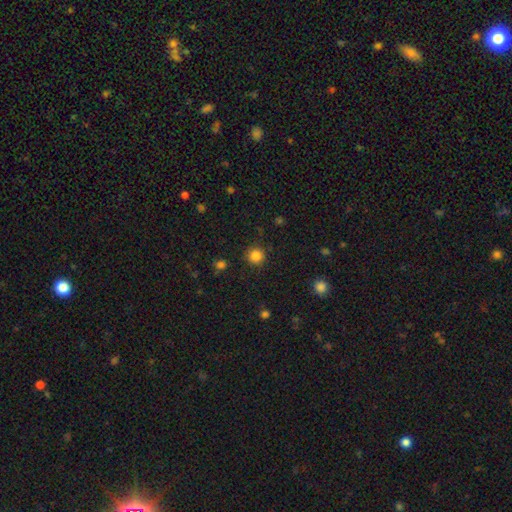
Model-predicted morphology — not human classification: Overall: smooth (84%). How rounded: round (94%). Merging: none (88%).